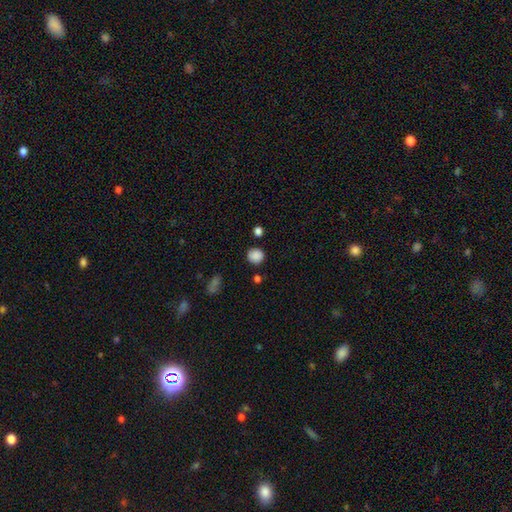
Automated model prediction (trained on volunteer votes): smooth-or-featured: smooth: 86% | star or artifact: 10% | featured or disk: 4%
  how-rounded: round: 89% | in between: 10% | cigar-shaped: 1%
  merging: none: 84% | minor disturbance: 10% | merger: 4% | major disturbance: 3%